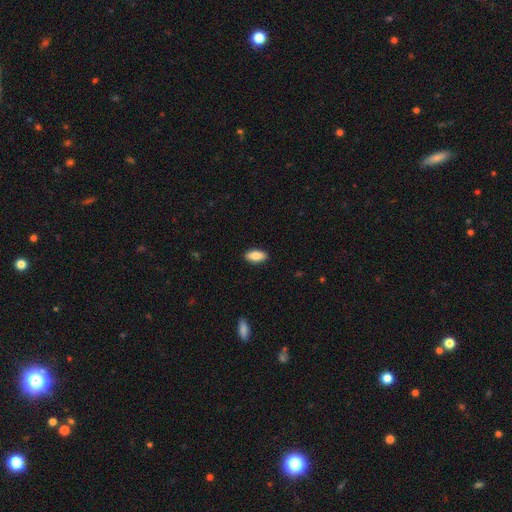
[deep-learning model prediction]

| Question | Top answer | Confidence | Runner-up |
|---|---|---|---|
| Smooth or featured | smooth | 84% | featured or disk (10%) |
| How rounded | in between | 90% | cigar-shaped (8%) |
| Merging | none | 90% | minor disturbance (7%) |